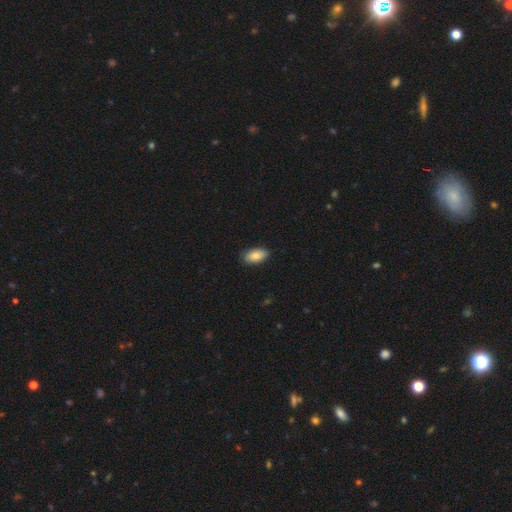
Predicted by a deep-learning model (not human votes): This appears to be a smooth galaxy with no disk features (82%) that is in between round and cigar-shaped (94%). Merging: none (84%).